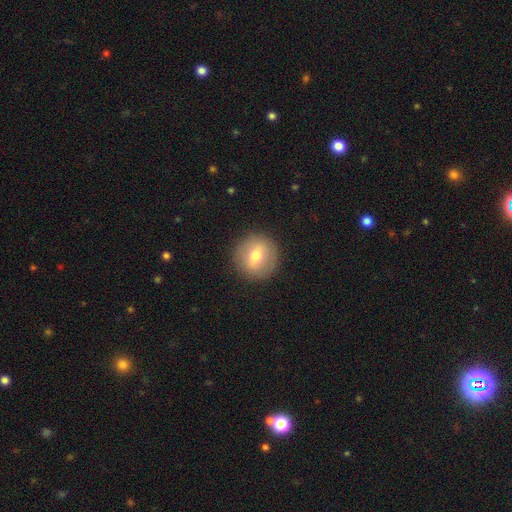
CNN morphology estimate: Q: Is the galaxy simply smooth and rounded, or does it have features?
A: smooth — 65%.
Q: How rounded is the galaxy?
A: round — 91%.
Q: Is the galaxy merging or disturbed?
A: none — 89%.